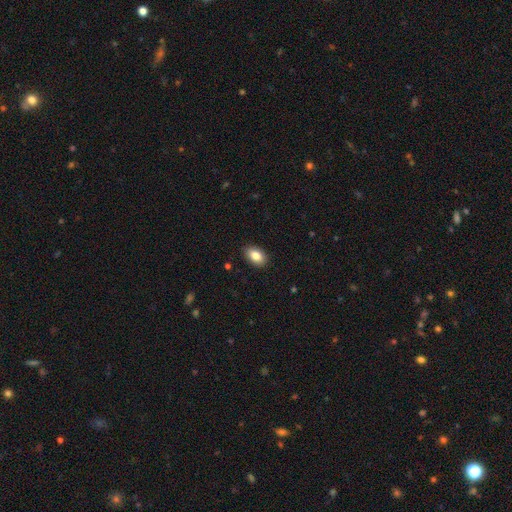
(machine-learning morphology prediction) Smooth or featured?
  - smooth: 84% *
  - featured or disk: 8%
  - star or artifact: 8%
How rounded?
  - in between: 89% *
  - round: 10%
  - cigar-shaped: 1%
Merging?
  - none: 89% *
  - minor disturbance: 8%
  - major disturbance: 2%
  - merger: 1%